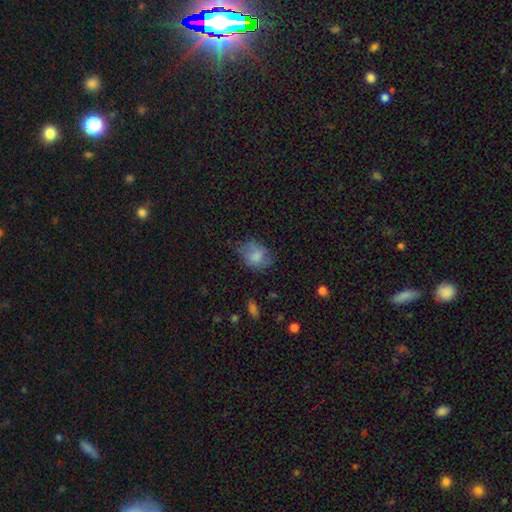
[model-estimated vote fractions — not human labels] smooth-or-featured: smooth: 73% | featured or disk: 18% | star or artifact: 9%
  how-rounded: in between: 57% | round: 42% | cigar-shaped: 1%
  merging: none: 56% | minor disturbance: 29% | major disturbance: 13% | merger: 2%